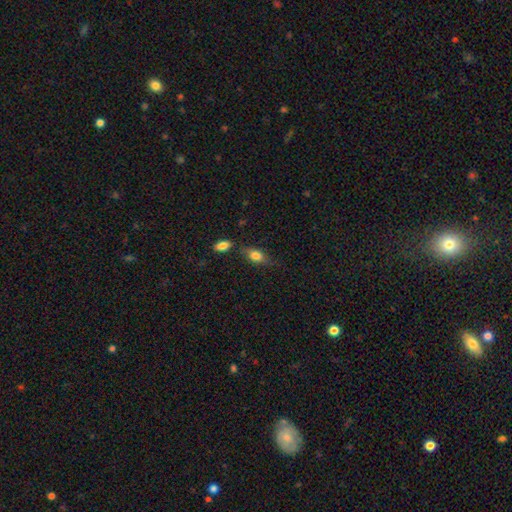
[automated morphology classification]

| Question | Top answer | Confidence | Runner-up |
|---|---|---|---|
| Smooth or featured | smooth | 78% | featured or disk (14%) |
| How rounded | in between | 82% | cigar-shaped (10%) |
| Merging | none | 64% | minor disturbance (21%) |